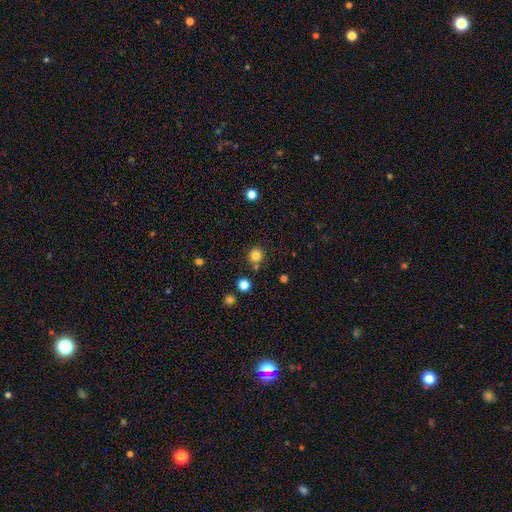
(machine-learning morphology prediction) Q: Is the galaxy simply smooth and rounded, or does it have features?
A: smooth — 81%.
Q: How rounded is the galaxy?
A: round — 91%.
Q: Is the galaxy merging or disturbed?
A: none — 80%.